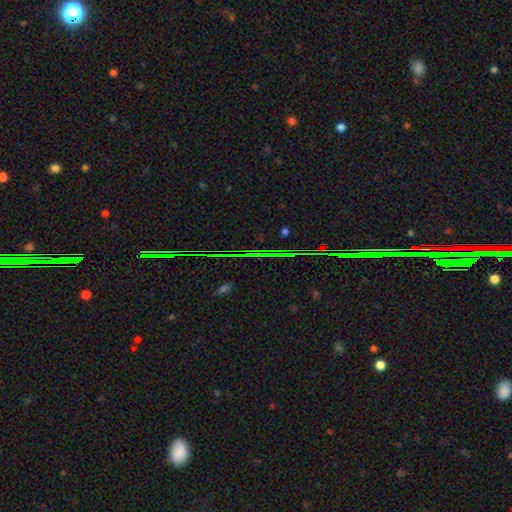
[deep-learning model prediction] The model was most divided on "smooth or featured": star or artifact: 84%, smooth: 8%, featured or disk: 8%.